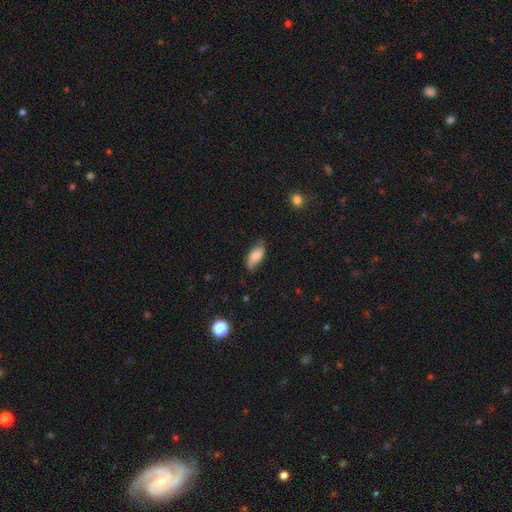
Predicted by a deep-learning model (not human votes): Q: Smooth or featured?
A: smooth (62%); runner-up: featured or disk (30%)
Q: How rounded?
A: in between (86%); runner-up: cigar-shaped (11%)
Q: Merging?
A: none (66%); runner-up: minor disturbance (26%)